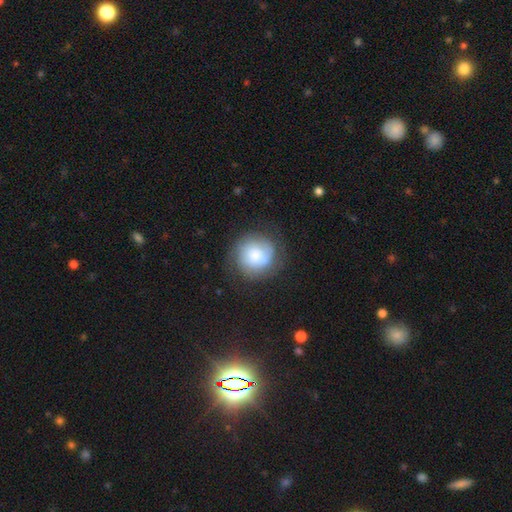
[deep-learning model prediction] Smooth or featured? Predicted: smooth (p=0.64). How rounded? Predicted: round (p=0.92). Merging? Predicted: none (p=0.73).